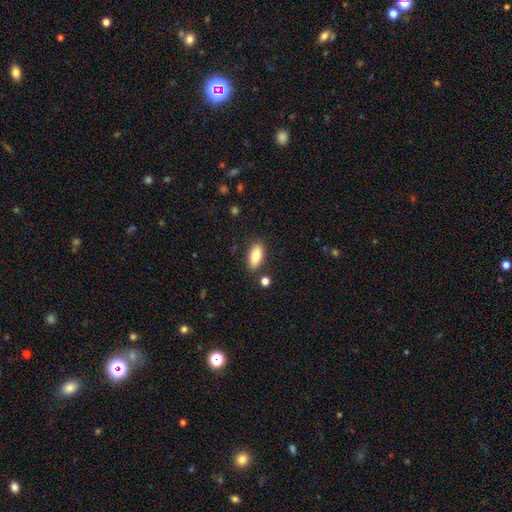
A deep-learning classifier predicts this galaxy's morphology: Smooth or featured? smooth (79%)
How rounded? in between (87%)
Merging? none (84%)